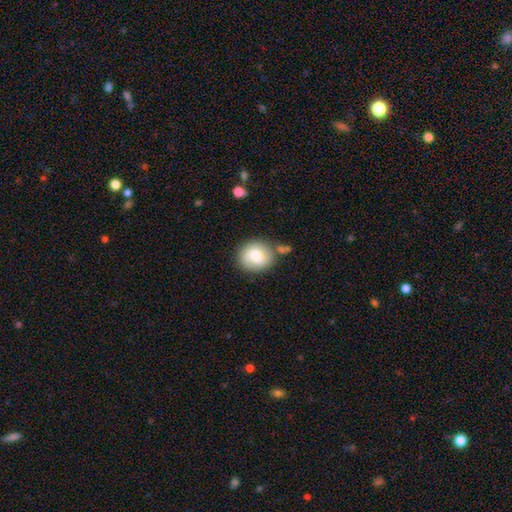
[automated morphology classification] Overall: smooth (69%). How rounded: round (78%). Merging: none (69%).